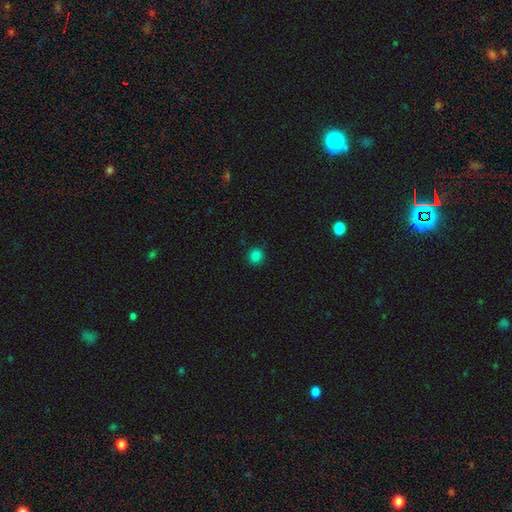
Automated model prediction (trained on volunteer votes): Smooth or featured: smooth — 83% (star or artifact — 14%)
How rounded: round — 92% (in between — 7%)
Merging: none — 90% (minor disturbance — 7%)